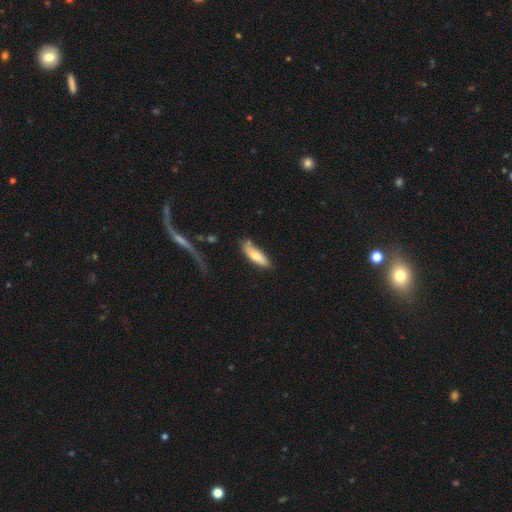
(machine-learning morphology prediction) Overall: smooth (73%). How rounded: cigar-shaped (51%; in between 48%). Merging: none (69%).